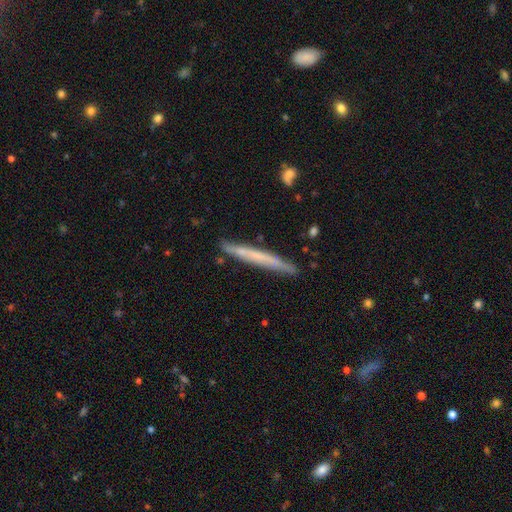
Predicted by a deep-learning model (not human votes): Overall: smooth (50%; featured or disk 43%). How rounded: cigar-shaped (97%). Merging: none (86%).